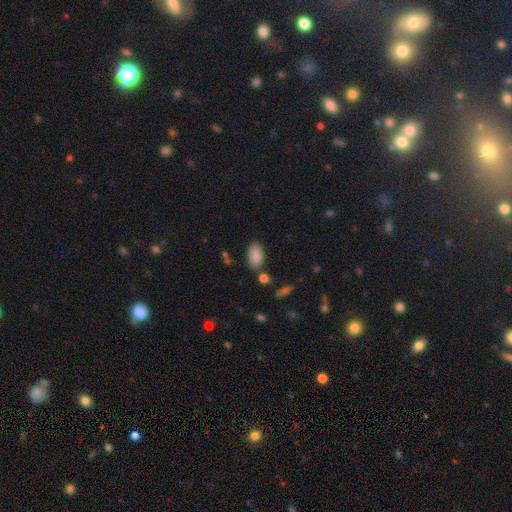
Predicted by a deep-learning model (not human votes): Overall: smooth (85%). How rounded: in between (93%). Merging: none (77%).